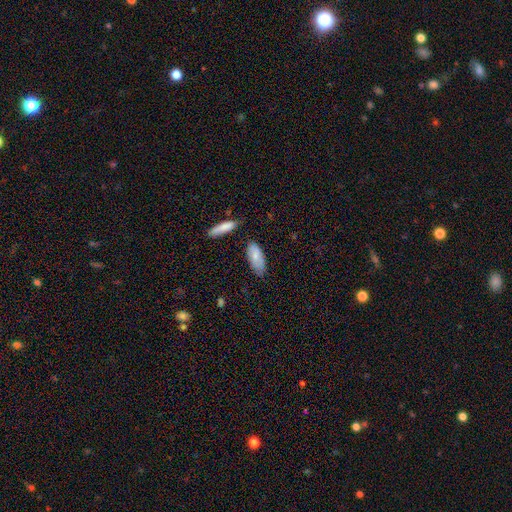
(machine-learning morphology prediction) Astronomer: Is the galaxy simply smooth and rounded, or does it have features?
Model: smooth — 77%.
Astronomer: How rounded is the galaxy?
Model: in between — 83%.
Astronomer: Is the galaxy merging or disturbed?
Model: none — 68%.